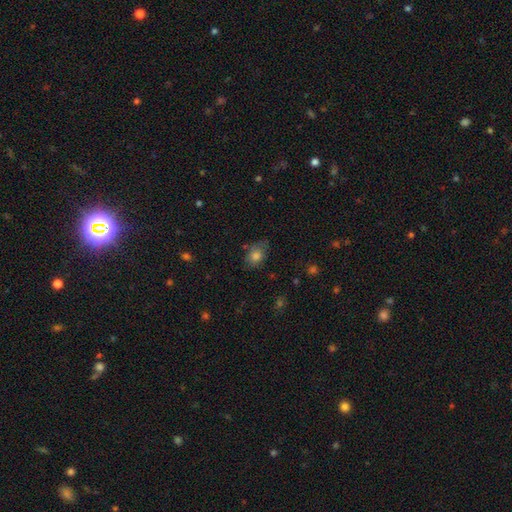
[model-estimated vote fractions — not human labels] This appears to be a smooth galaxy with no disk features (79%) that is in between round and cigar-shaped (74%). Merging: none (65%).